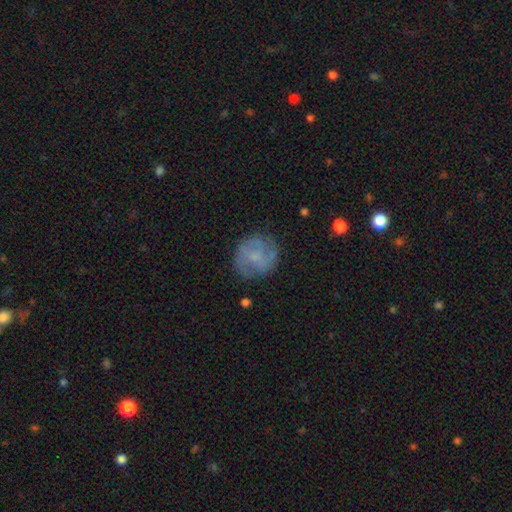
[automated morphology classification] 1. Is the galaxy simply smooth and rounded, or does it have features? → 49% featured or disk, 43% smooth, 9% star or artifact.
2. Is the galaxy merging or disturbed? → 70% none, 19% minor disturbance, 9% major disturbance, 2% merger.